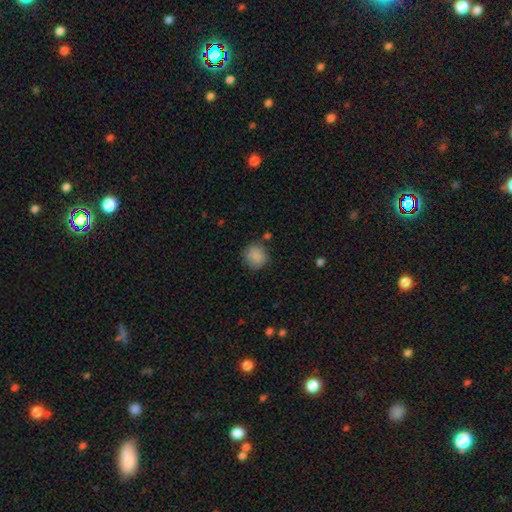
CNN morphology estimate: Q: Smooth or featured?
A: smooth (87%); runner-up: star or artifact (9%)
Q: How rounded?
A: round (85%); runner-up: in between (15%)
Q: Merging?
A: none (77%); runner-up: minor disturbance (15%)